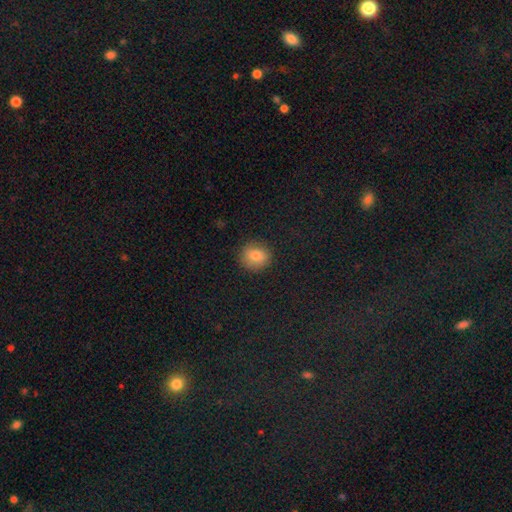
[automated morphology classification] Smooth or featured?
  - smooth: 80% *
  - star or artifact: 11%
  - featured or disk: 9%
How rounded?
  - round: 85% *
  - in between: 14%
  - cigar-shaped: 1%
Merging?
  - none: 88% *
  - minor disturbance: 9%
  - major disturbance: 3%
  - merger: 1%